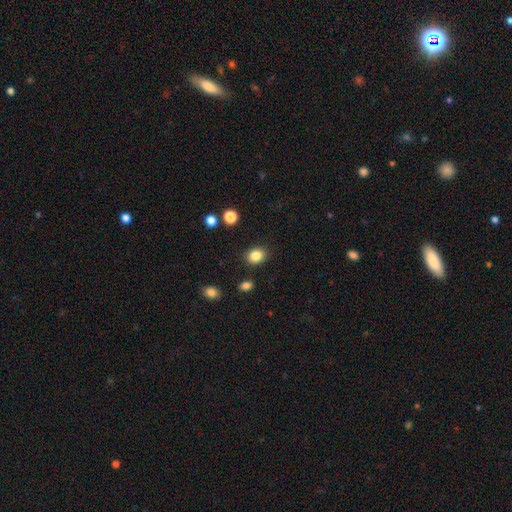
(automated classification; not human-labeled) Overall: smooth (85%). How rounded: round (52%; in between 47%). Merging: none (86%).